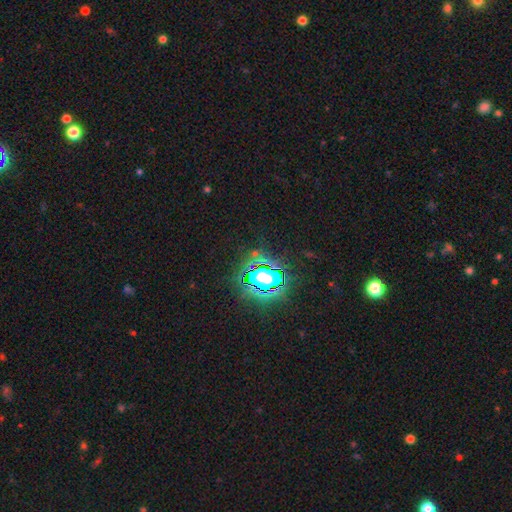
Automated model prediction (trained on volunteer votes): A star or artifact, not a galaxy (73%).